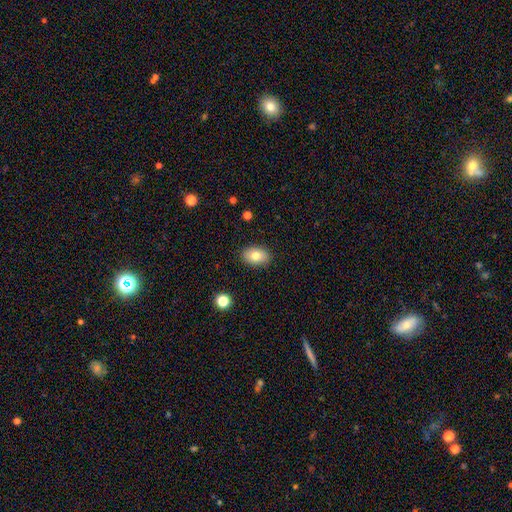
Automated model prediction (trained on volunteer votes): A smooth galaxy with no disk features (78%) that is in between round and cigar-shaped (84%).

Vote fractions:
- Smooth or featured? smooth: 78% / featured or disk: 14% / star or artifact: 8%
- How rounded? in between: 84% / round: 14% / cigar-shaped: 1%
- Merging? none: 88% / minor disturbance: 9% / major disturbance: 2% / merger: 1%